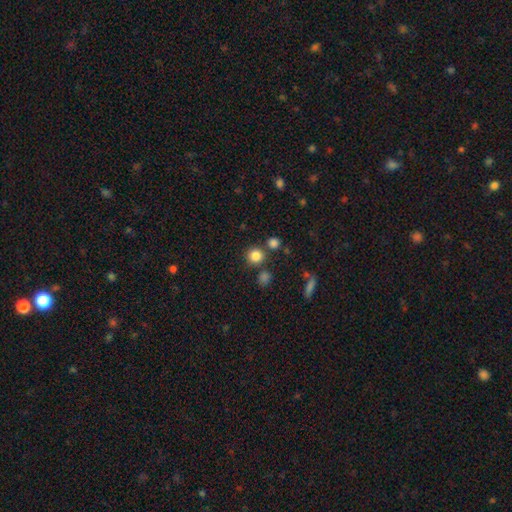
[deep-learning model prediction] smooth_or_featured: smooth (p=0.83) [alt: star or artifact p=0.12]
how_rounded: round (p=0.91) [alt: in between p=0.08]
merging: none (p=0.79) [alt: merger p=0.11]